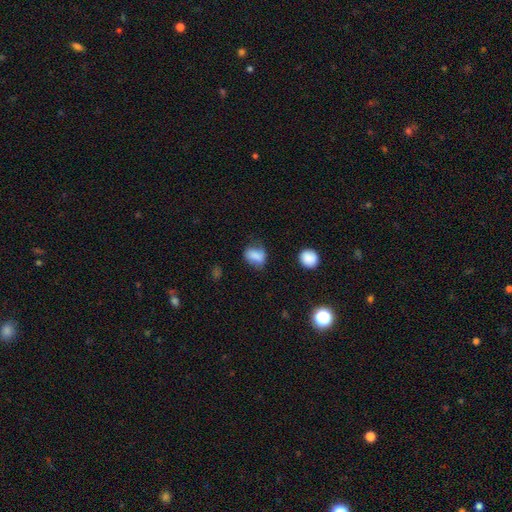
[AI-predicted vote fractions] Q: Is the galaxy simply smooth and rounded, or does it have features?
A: smooth — 79%.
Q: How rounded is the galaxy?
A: in between — 68%.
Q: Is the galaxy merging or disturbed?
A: none — 51%.